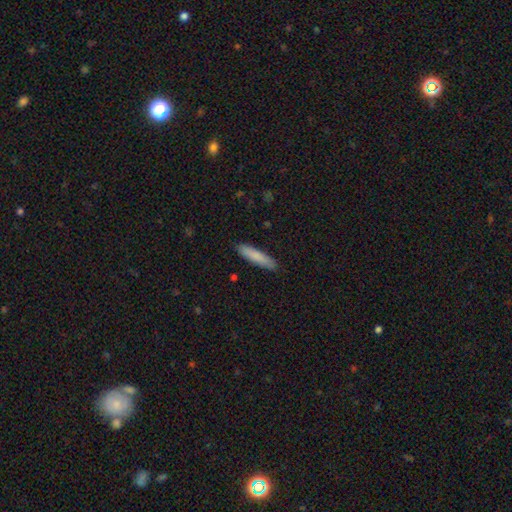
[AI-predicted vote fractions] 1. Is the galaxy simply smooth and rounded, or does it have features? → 83% smooth, 11% featured or disk, 6% star or artifact.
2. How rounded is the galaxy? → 84% cigar-shaped, 15% in between, 1% round.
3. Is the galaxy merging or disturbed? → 88% none, 9% minor disturbance, 2% major disturbance, 1% merger.